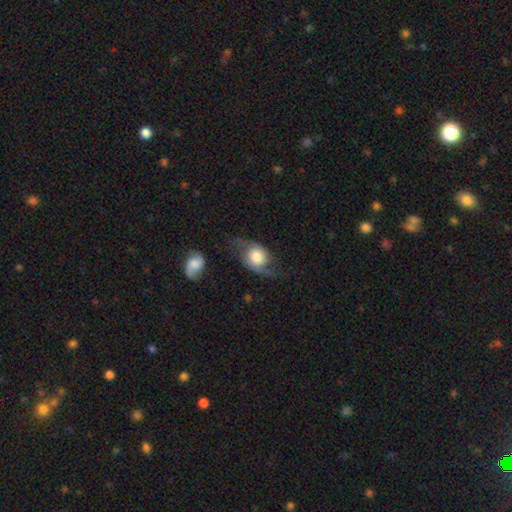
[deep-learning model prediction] Smooth or featured? Predicted: featured or disk (p=0.55). Edge-on disk? Predicted: no (p=0.91). Bar? Predicted: no (p=0.75). Spiral arms? Predicted: yes (p=0.85). Bulge size? Predicted: moderate (p=0.41). Merging? Predicted: none (p=0.50).